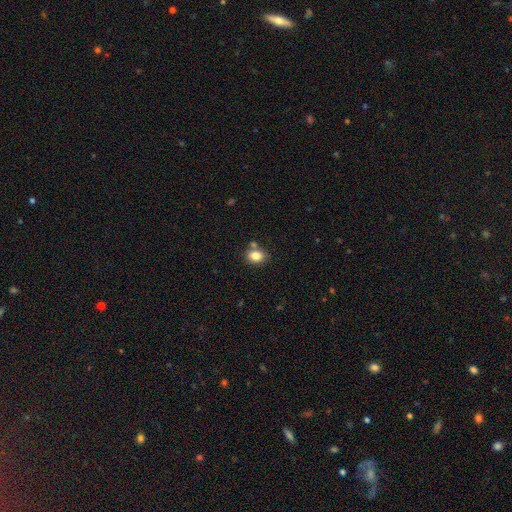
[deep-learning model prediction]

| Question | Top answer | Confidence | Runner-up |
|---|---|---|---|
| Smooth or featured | smooth | 83% | star or artifact (10%) |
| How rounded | in between | 63% | round (36%) |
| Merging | none | 69% | merger (14%) |